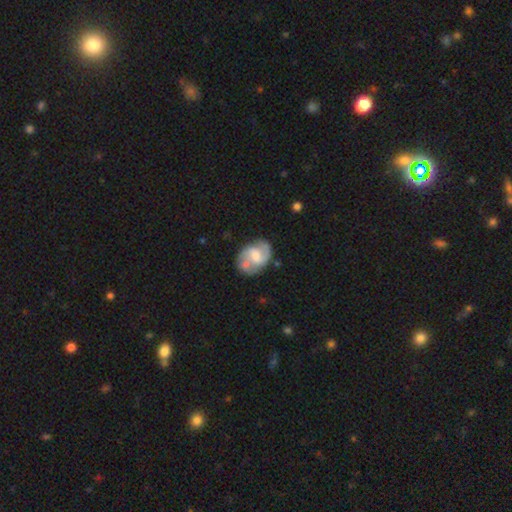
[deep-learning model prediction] Morphology: type=featured or disk (68%); edge-on=no (97%); bar=weak (48%); spiral arms=yes (85%); winding=medium (50%); arm count=2 (82%); bulge=moderate (46%); merging=none (55%).